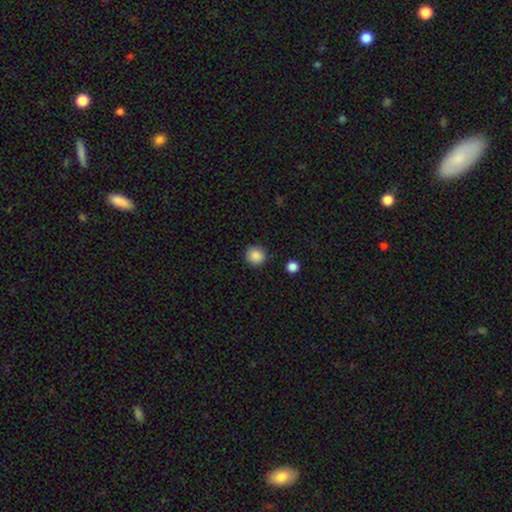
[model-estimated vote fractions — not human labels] Smooth or featured? smooth (88%)
How rounded? round (90%)
Merging? none (88%)